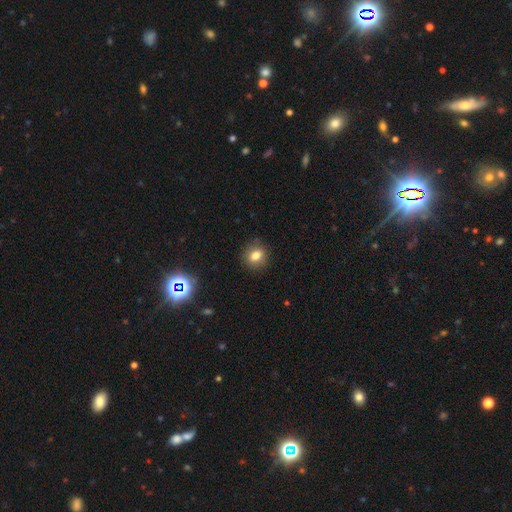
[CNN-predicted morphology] smooth_or_featured: smooth (p=0.78) [alt: star or artifact p=0.12]
how_rounded: round (p=0.68) [alt: in between p=0.31]
merging: none (p=0.87) [alt: minor disturbance p=0.09]